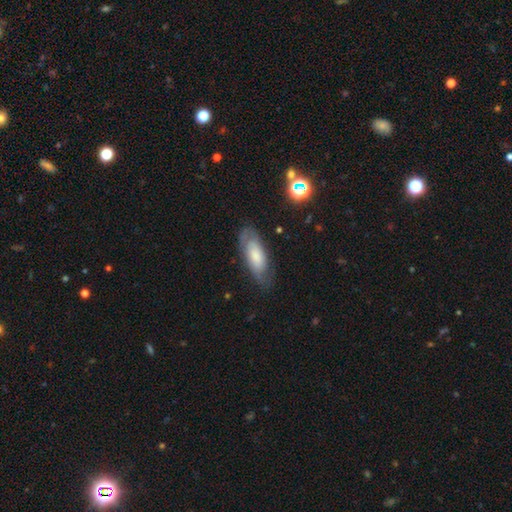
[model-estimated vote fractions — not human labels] smooth_or_featured: smooth (p=0.51) [alt: featured or disk p=0.42]
how_rounded: in between (p=0.80) [alt: cigar-shaped p=0.18]
merging: none (p=0.70) [alt: minor disturbance p=0.21]